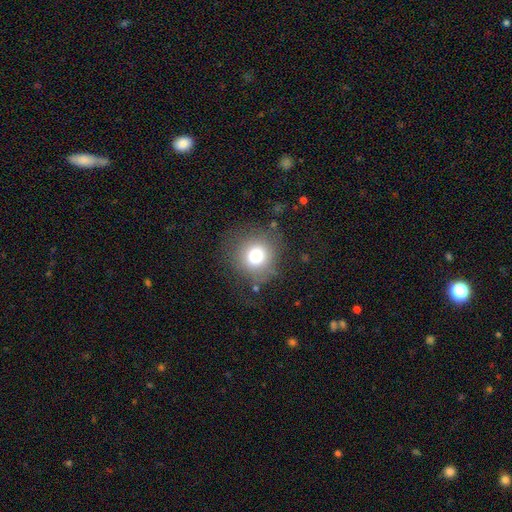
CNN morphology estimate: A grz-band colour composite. It shows a smooth galaxy with no disk features (75%) that is round (89%). Merging: none (76%).